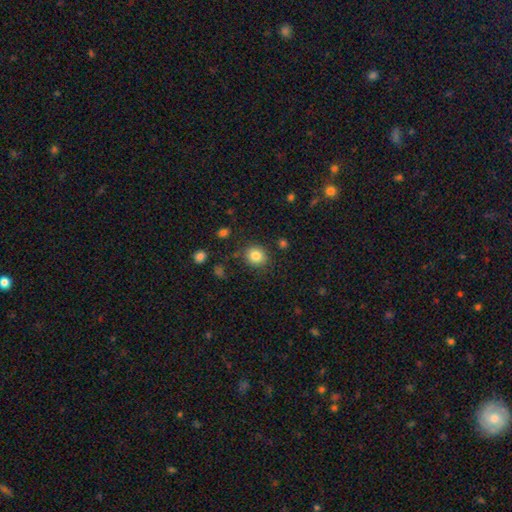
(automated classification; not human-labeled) smooth-or-featured: smooth: 83% | star or artifact: 10% | featured or disk: 6%
  how-rounded: round: 77% | in between: 22% | cigar-shaped: 1%
  merging: none: 84% | minor disturbance: 10% | major disturbance: 3% | merger: 2%